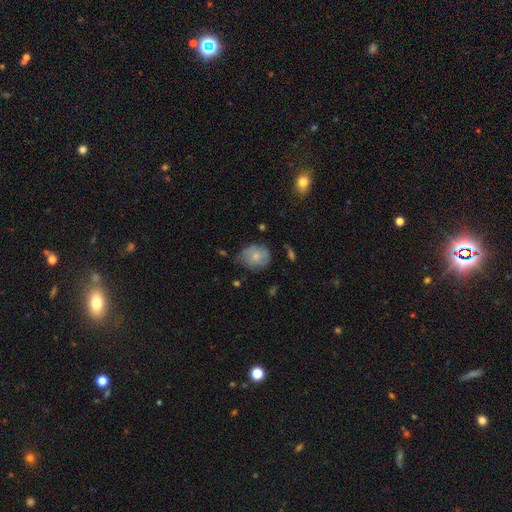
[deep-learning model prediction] Smooth or featured? smooth (72%)
How rounded? round (58%)
Merging? none (58%)